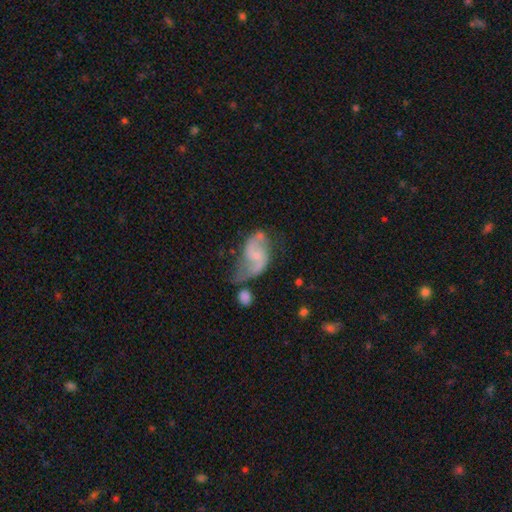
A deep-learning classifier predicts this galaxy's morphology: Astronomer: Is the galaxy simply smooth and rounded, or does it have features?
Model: featured or disk — 79%.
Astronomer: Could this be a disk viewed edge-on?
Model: no — 97%.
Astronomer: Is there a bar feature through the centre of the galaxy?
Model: no — 46% (runner-up: weak, 44%).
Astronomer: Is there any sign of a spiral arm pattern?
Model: yes — 91%.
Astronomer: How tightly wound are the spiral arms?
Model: loose — 59%.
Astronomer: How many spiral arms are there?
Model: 2 — 89%.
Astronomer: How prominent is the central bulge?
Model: small — 58%.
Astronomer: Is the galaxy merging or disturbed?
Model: none — 39% (runner-up: minor disturbance, 26%).